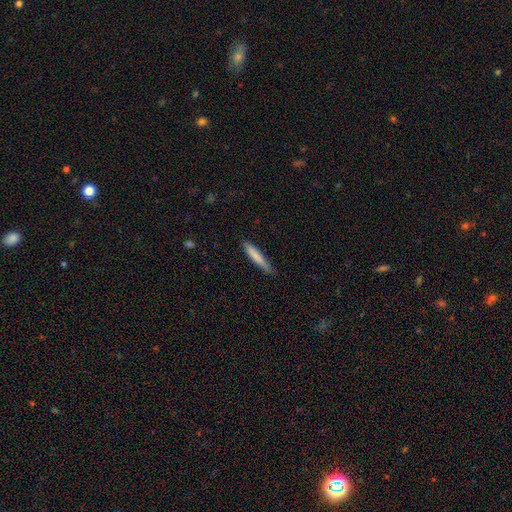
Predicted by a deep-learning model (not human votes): Morphology: type=smooth (78%); roundness=cigar-shaped (92%); merging=none (80%).